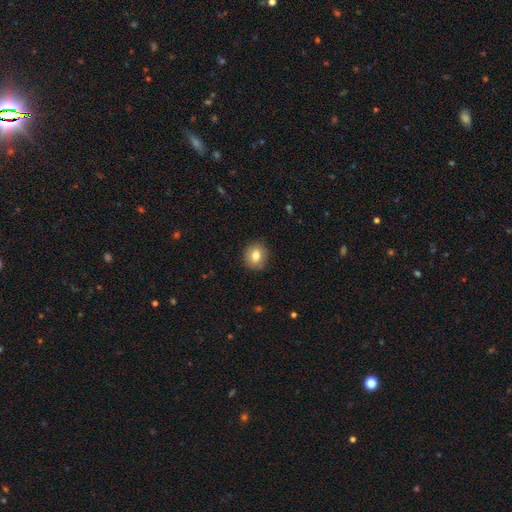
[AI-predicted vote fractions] Morphology: type=smooth (81%); roundness=round (75%); merging=none (88%).